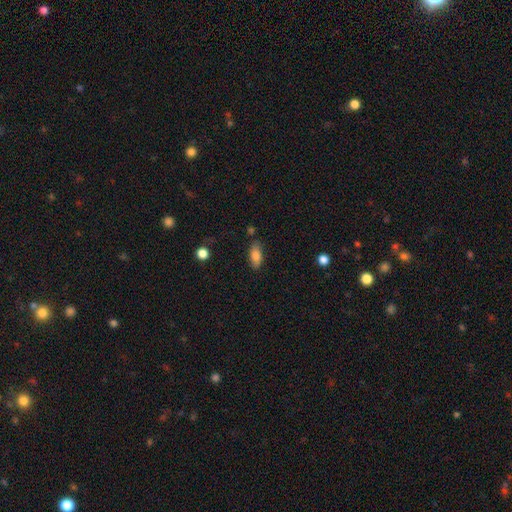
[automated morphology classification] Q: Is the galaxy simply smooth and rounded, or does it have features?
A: smooth — 80%.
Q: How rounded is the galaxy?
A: in between — 83%.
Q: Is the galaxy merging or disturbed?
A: none — 80%.